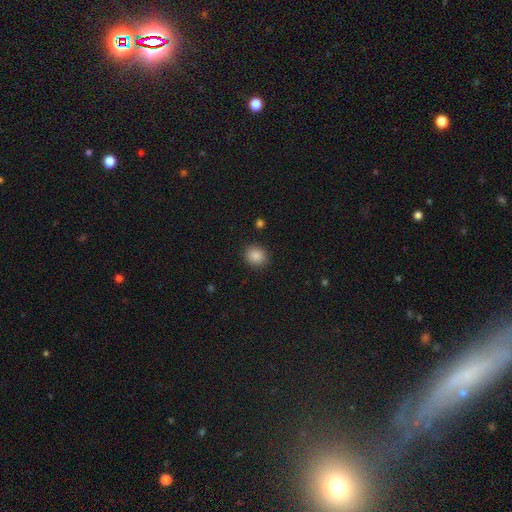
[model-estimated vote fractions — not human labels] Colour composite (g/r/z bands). It shows a smooth galaxy with no disk features (87%) that is round (78%). Merging: none (89%).